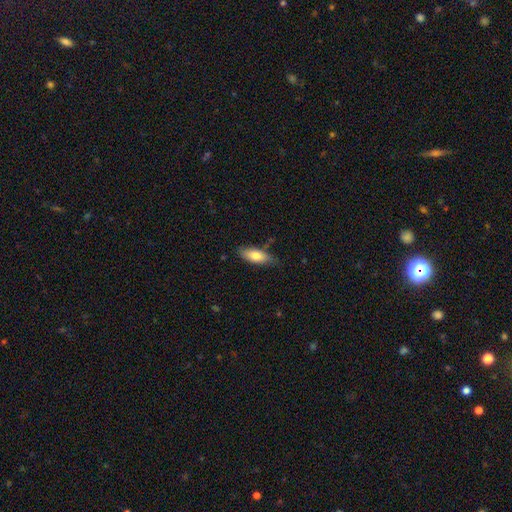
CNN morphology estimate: smooth-or-featured: smooth: 74% | featured or disk: 20% | star or artifact: 6%
  how-rounded: in between: 70% | cigar-shaped: 27% | round: 2%
  merging: none: 75% | minor disturbance: 20% | major disturbance: 3% | merger: 2%